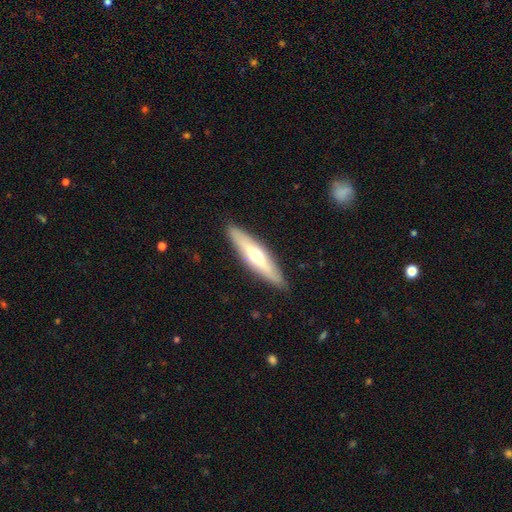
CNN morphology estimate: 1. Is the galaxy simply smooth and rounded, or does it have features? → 52% featured or disk, 42% smooth, 5% star or artifact.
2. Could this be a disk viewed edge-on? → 83% yes, 17% no.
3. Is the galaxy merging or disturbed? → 89% none, 9% minor disturbance, 2% major disturbance, 1% merger.